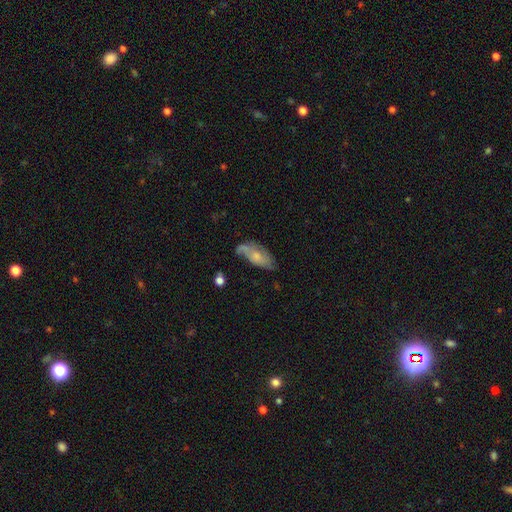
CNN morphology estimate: Smooth or featured?
  - smooth: 47% *
  - featured or disk: 45%
  - star or artifact: 8%
Merging?
  - none: 45% *
  - minor disturbance: 31%
  - major disturbance: 17%
  - merger: 7%